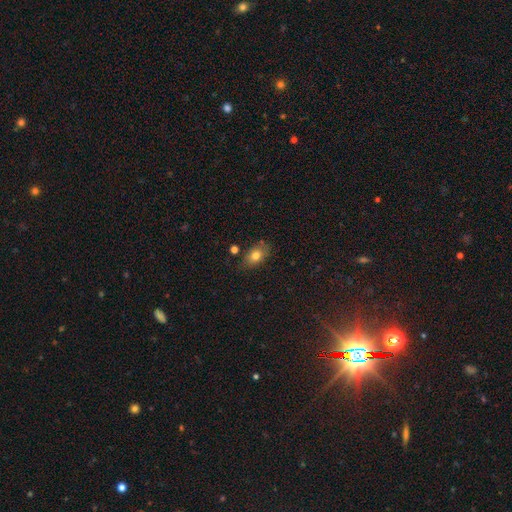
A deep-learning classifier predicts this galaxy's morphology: A smooth galaxy with no disk features (77%) that is in between round and cigar-shaped (79%). Merging: none (71%).